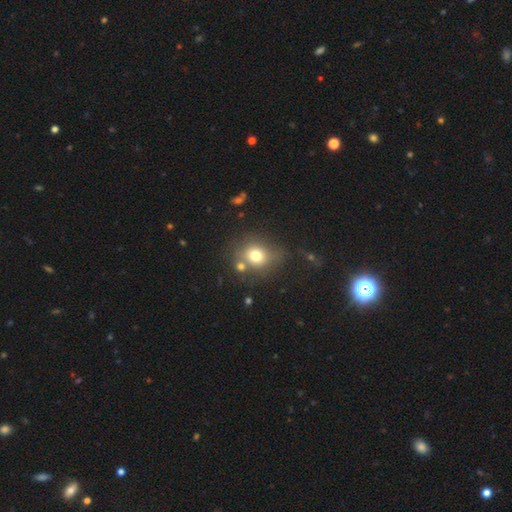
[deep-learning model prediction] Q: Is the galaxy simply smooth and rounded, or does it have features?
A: smooth — 73%.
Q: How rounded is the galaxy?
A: round — 73%.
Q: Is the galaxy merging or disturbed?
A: none — 59%.